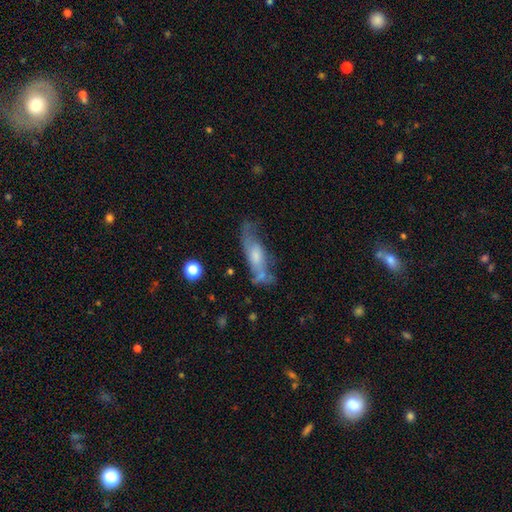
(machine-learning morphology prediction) This appears to be a featured or disk galaxy (56%). Merging: none (44%).